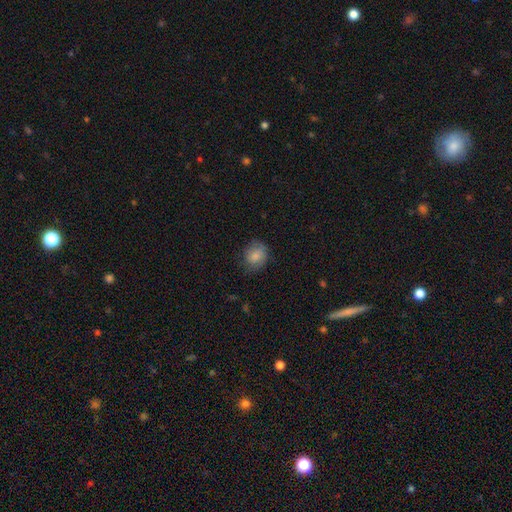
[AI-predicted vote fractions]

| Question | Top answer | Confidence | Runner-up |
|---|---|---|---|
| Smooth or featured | smooth | 79% | featured or disk (13%) |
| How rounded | round | 62% | in between (37%) |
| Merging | none | 73% | minor disturbance (20%) |